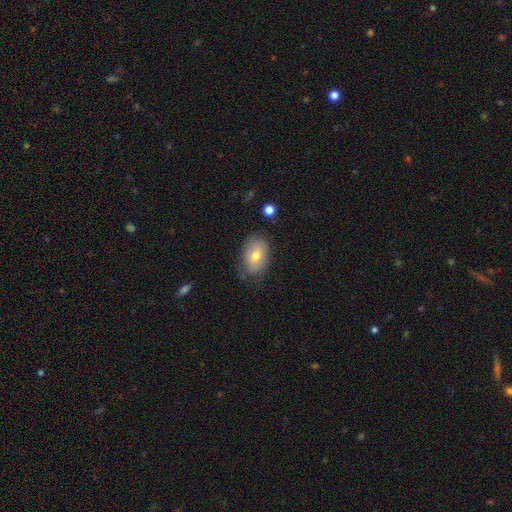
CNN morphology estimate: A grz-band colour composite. It shows a smooth galaxy with no disk features (69%) that is in between round and cigar-shaped (81%). Merging: none (68%).